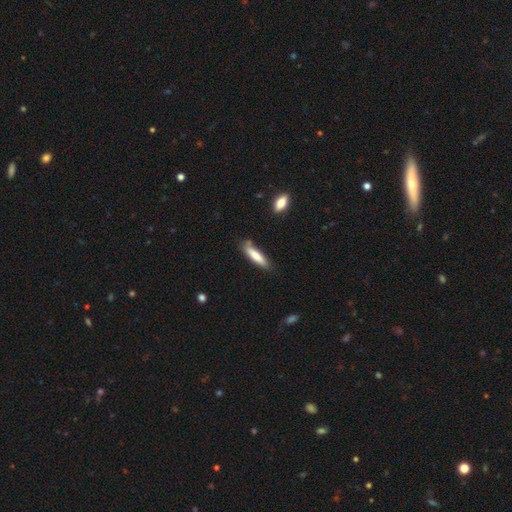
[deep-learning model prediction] Q: Smooth or featured?
A: smooth (75%); runner-up: featured or disk (19%)
Q: How rounded?
A: cigar-shaped (77%); runner-up: in between (22%)
Q: Merging?
A: none (75%); runner-up: minor disturbance (18%)